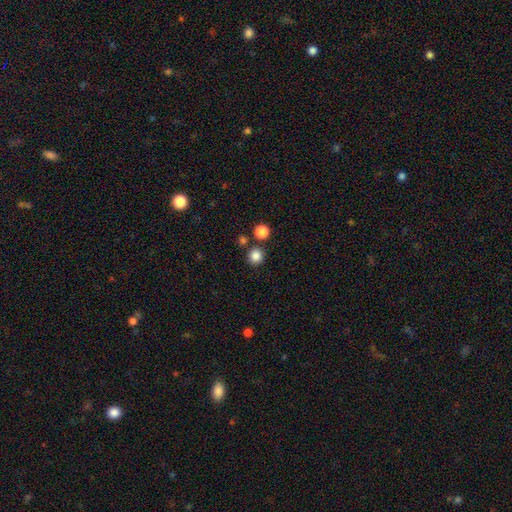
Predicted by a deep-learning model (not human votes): This appears to be a smooth galaxy with no disk features (84%) that is round (94%). Merging: none (84%).